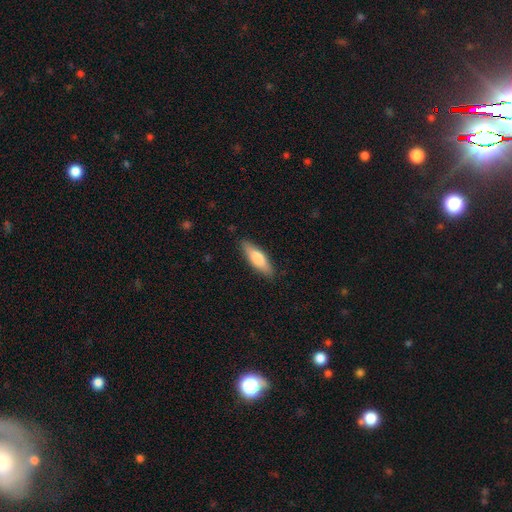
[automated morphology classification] Smooth or featured? Predicted: smooth (p=0.67). How rounded? Predicted: cigar-shaped (p=0.52). Merging? Predicted: none (p=0.87).